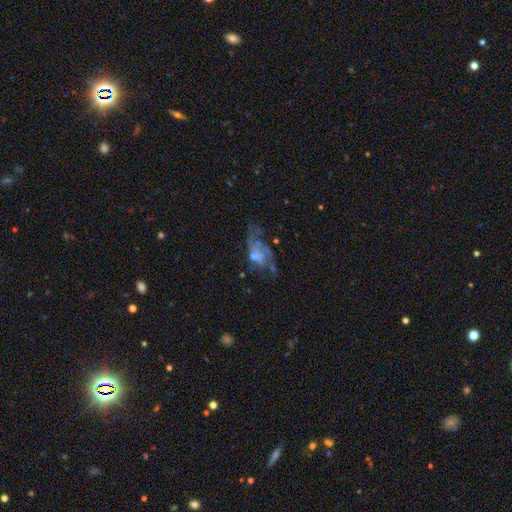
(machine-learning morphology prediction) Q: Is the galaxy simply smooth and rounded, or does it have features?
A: featured or disk — 60%.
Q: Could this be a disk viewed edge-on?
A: no — 96%.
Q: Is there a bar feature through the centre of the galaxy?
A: no — 83%.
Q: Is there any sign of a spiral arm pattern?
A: no — 65%.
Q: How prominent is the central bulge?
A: small — 44%.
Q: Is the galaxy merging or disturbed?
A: major disturbance — 39%.